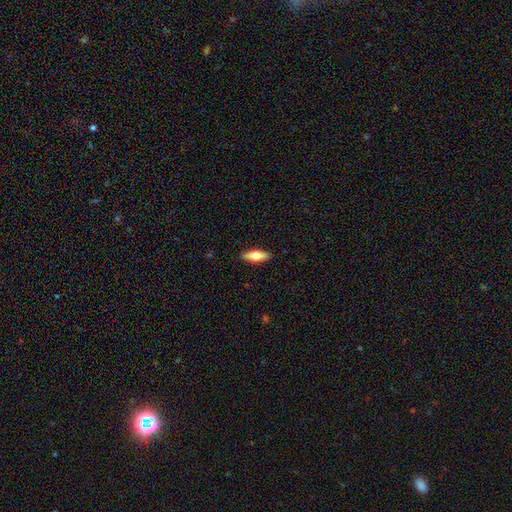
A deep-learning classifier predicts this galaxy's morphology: Smooth or featured? smooth (58%)
How rounded? in between (56%)
Merging? none (90%)